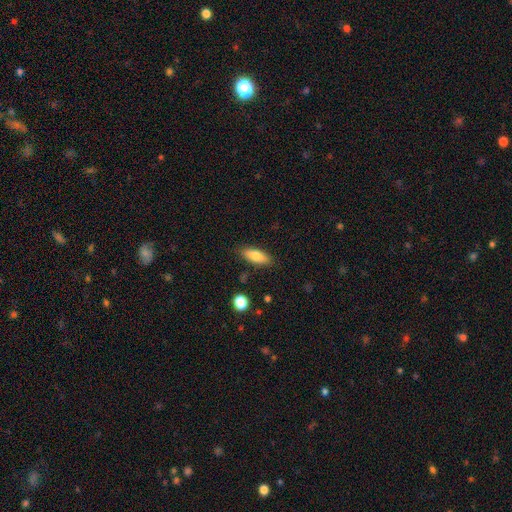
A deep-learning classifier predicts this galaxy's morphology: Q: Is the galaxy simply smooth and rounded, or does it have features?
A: smooth — 78%.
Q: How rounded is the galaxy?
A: in between — 64%.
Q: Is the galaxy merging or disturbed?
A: none — 85%.